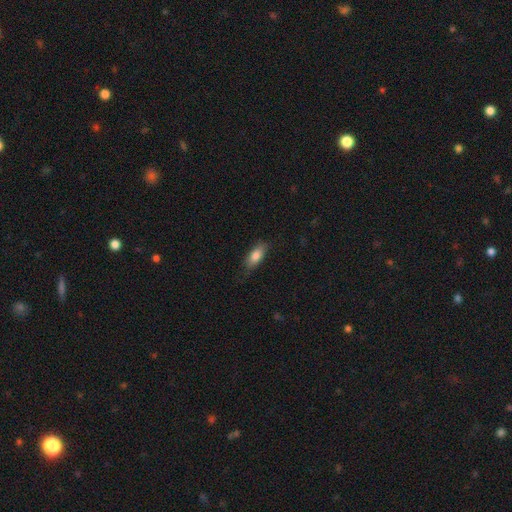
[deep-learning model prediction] Smooth or featured: smooth — 81% (featured or disk — 12%)
How rounded: in between — 80% (cigar-shaped — 17%)
Merging: none — 77% (minor disturbance — 18%)